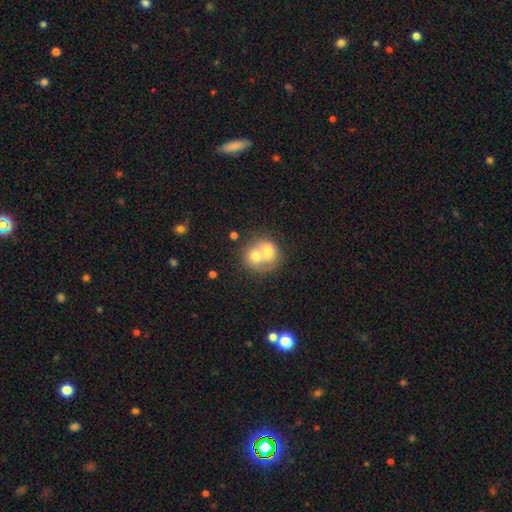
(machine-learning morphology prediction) This appears to be a smooth galaxy with no disk features (64%) that is round (71%). Merging: merger (72%).